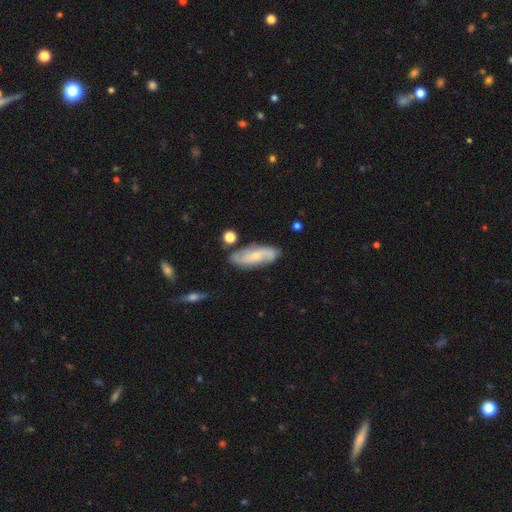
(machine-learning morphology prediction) The model was most divided on "bar": no: 57%, weak: 34%, strong: 9%. More confident: spiral arms — yes (90%); edge-on disk — no (88%); merging — none (76%); smooth or featured — featured or disk (63%); bulge size — small (61%).